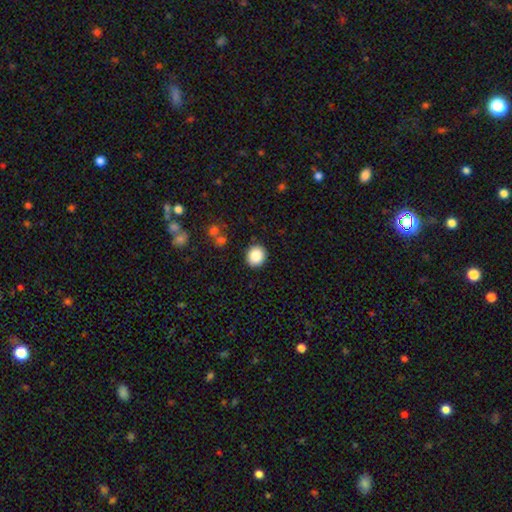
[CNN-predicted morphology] smooth 86%, star or artifact 9%, featured or disk 5%. Down the decision tree: how rounded — round (87%); merging — none (91%).